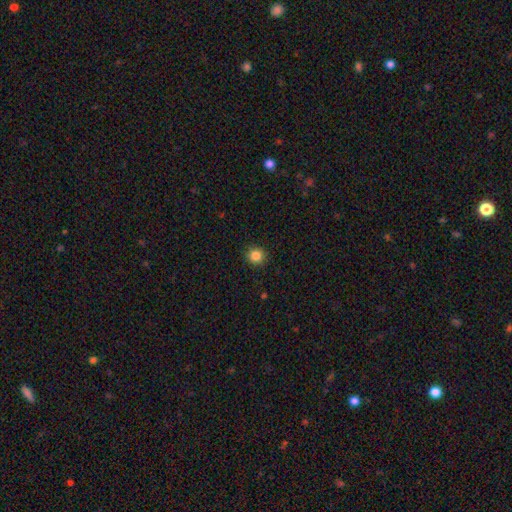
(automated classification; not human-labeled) A smooth galaxy with no disk features (85%) that is round (93%).

Vote fractions:
- Smooth or featured? smooth: 85% / star or artifact: 11% / featured or disk: 4%
- How rounded? round: 93% / in between: 6% / cigar-shaped: 1%
- Merging? none: 92% / minor disturbance: 6% / major disturbance: 2% / merger: 1%